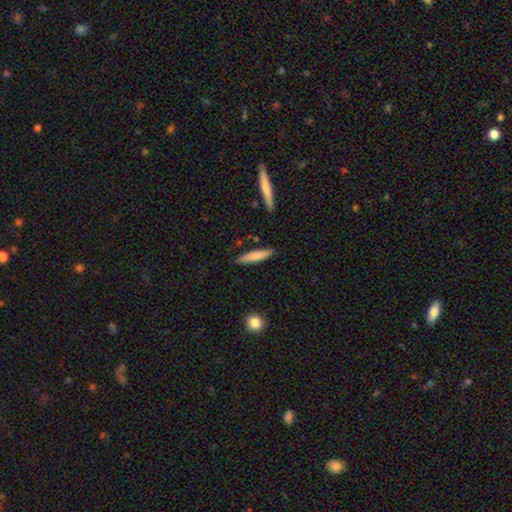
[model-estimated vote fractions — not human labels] The model was most divided on "smooth or featured": smooth: 75%, featured or disk: 19%, star or artifact: 6%. More confident: merging — none (86%); how rounded — cigar-shaped (86%).